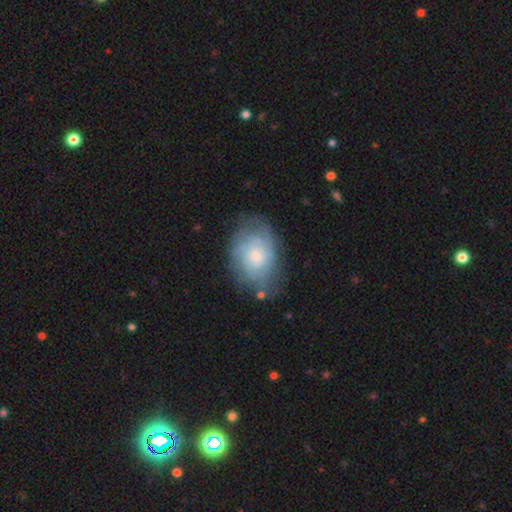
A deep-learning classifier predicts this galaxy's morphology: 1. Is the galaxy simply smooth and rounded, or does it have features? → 59% featured or disk, 34% smooth, 7% star or artifact.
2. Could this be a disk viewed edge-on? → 96% no, 4% yes.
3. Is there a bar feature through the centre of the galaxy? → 80% no, 17% weak, 2% strong.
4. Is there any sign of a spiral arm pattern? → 77% yes, 23% no.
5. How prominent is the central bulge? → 52% small, 39% moderate, 4% large, 3% none, 1% dominant.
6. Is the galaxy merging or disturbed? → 68% none, 22% minor disturbance, 9% major disturbance, 2% merger.